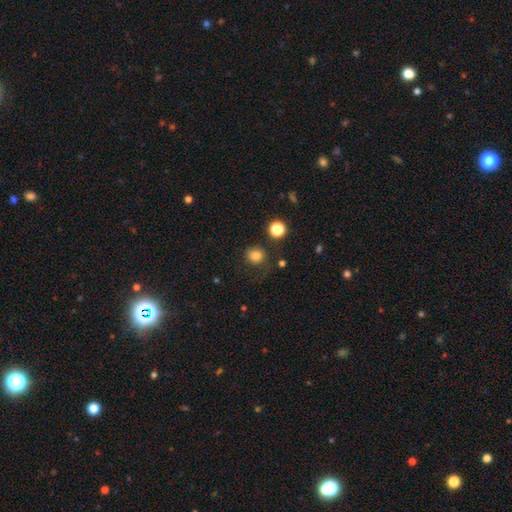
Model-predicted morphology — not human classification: This appears to be a smooth galaxy with no disk features (81%) that is round (83%). Merging: none (68%).